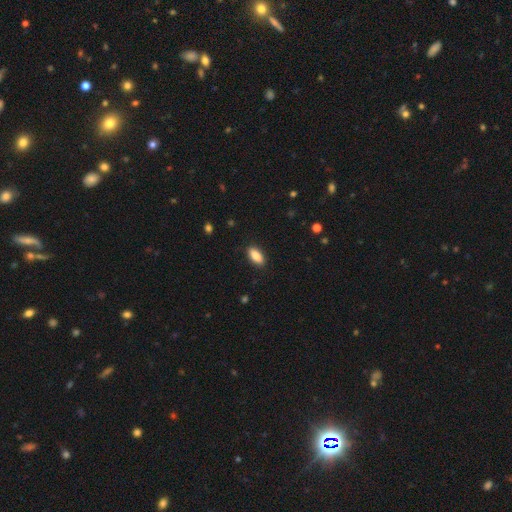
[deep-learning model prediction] Q: Smooth or featured?
A: smooth (87%); runner-up: star or artifact (7%)
Q: How rounded?
A: in between (85%); runner-up: cigar-shaped (13%)
Q: Merging?
A: none (88%); runner-up: minor disturbance (9%)